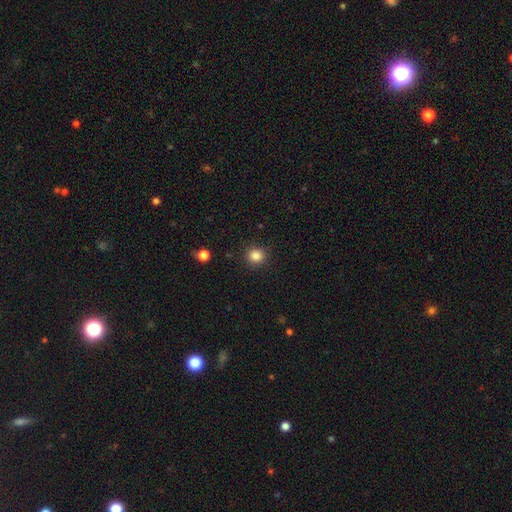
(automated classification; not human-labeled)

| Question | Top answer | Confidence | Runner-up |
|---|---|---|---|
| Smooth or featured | smooth | 85% | star or artifact (11%) |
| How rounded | round | 90% | in between (9%) |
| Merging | none | 90% | minor disturbance (7%) |